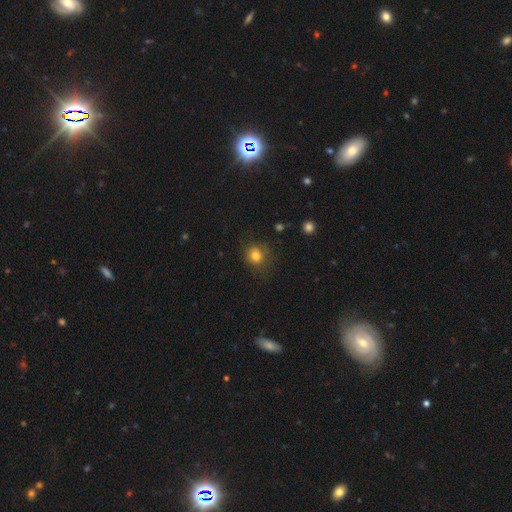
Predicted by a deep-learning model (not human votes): smooth-or-featured: smooth: 80% | star or artifact: 13% | featured or disk: 8%
  how-rounded: round: 79% | in between: 20% | cigar-shaped: 1%
  merging: none: 75% | minor disturbance: 17% | major disturbance: 6% | merger: 2%